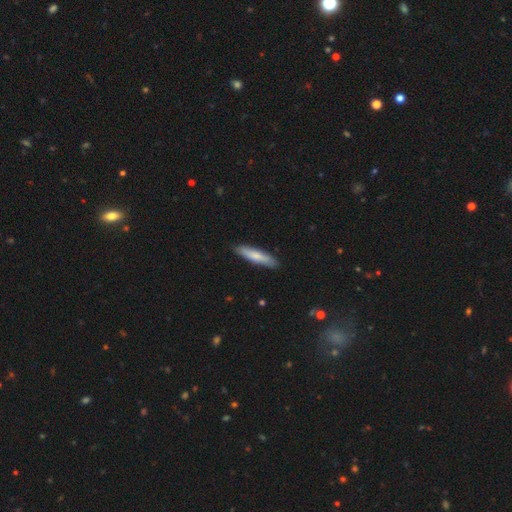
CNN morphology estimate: This is likely a smooth galaxy (73%). How rounded: clearly cigar-shaped (82%). Merging: clearly none (88%).